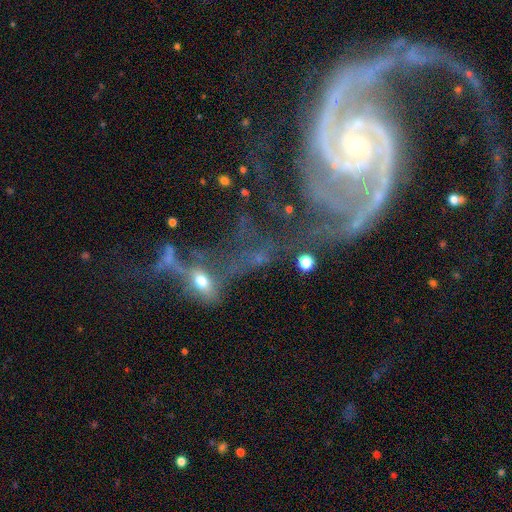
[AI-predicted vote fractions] Smooth or featured: featured or disk — 85% (star or artifact — 8%)
Edge-on disk: no — 96% (yes — 4%)
Bar: no — 64% (weak — 24%)
Spiral arms: yes — 92% (no — 8%)
Spiral winding: tight — 39% (medium — 38%)
Spiral arm count: 2 — 63% (can't tell — 13%)
Bulge size: small — 73% (moderate — 21%)
Merging: major disturbance — 34% (none — 27%)